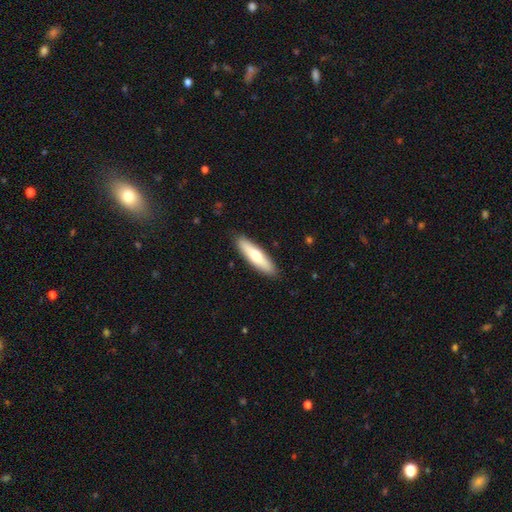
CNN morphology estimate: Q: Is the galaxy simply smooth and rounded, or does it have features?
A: smooth — 62%.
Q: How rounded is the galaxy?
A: cigar-shaped — 70%.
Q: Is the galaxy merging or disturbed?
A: none — 89%.